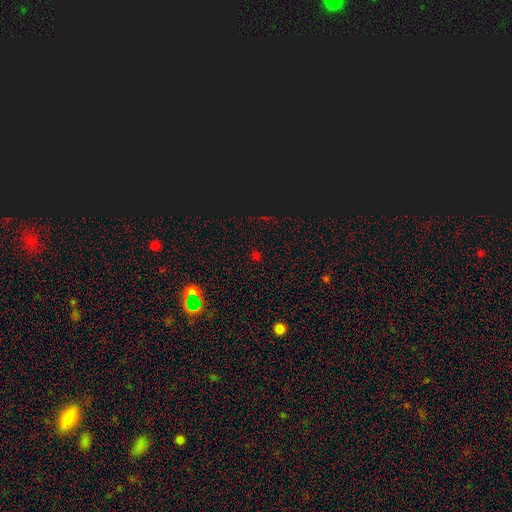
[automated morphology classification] This is likely a star or artifact rather than a galaxy (64%).